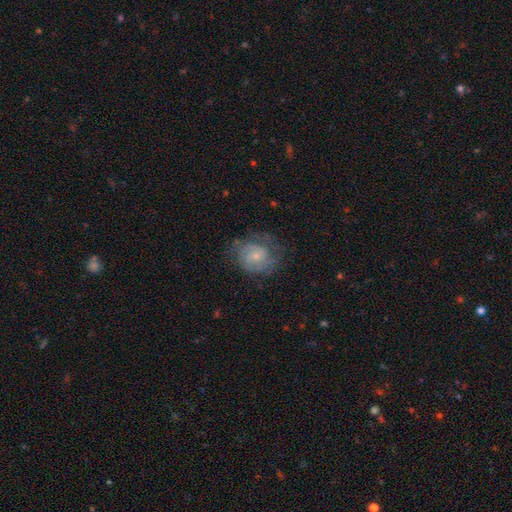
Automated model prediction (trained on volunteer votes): This is likely a featured or disk galaxy (64%). It is clearly not viewed edge-on (98%). Bar: likely no (61%). Spiral arm pattern: clearly yes (86%). Spiral arm count: marginally 2 (44%). Spiral winding: possibly tight (46%). Central bulge: likely small (66%). Merging: likely none (61%).